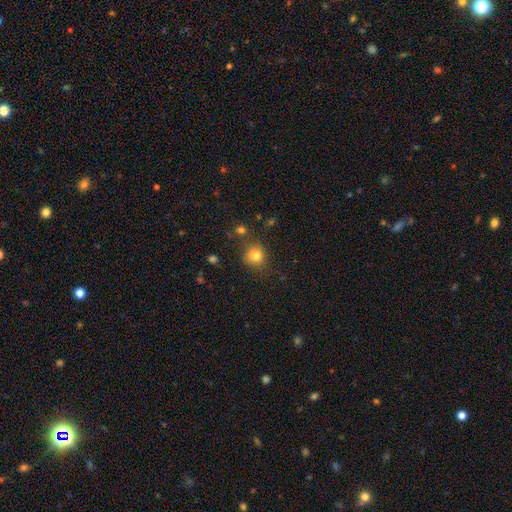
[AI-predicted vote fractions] A smooth galaxy with no disk features (78%) that is round (80%). Merging: none (73%).